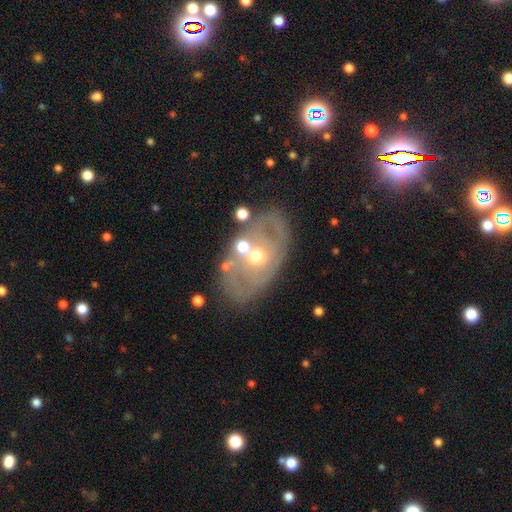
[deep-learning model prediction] featured or disk 67%, smooth 24%, star or artifact 8%. Down the decision tree: edge-on disk — no (92%); bar — no (77%); spiral arms — no (67%); bulge size — moderate (61%); merging — none (68%).